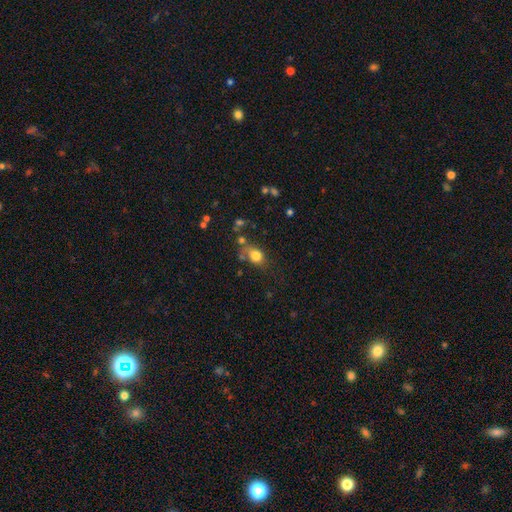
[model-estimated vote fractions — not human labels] This appears to be a smooth galaxy with no disk features (79%) that is in between round and cigar-shaped (49%, tied with round). Merging: none (50%).